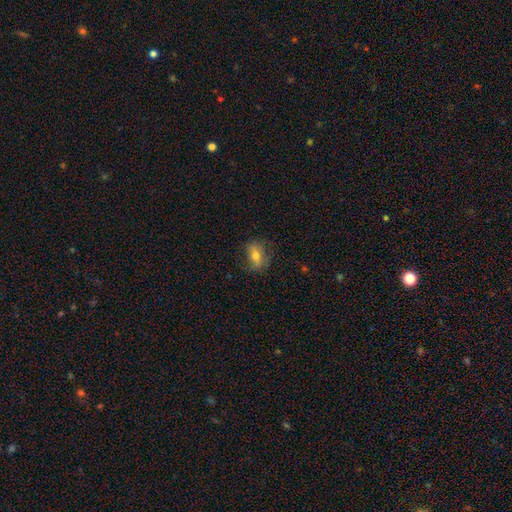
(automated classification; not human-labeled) smooth_or_featured: smooth (p=0.58) [alt: featured or disk p=0.32]
how_rounded: in between (p=0.71) [alt: round p=0.22]
merging: none (p=0.74) [alt: minor disturbance p=0.18]